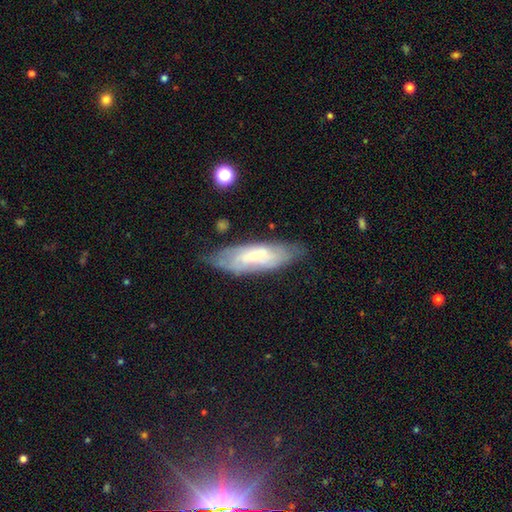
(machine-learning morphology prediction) Smooth or featured: featured or disk — 53% (smooth — 40%)
Edge-on disk: no — 76% (yes — 24%)
Merging: none — 68% (minor disturbance — 23%)